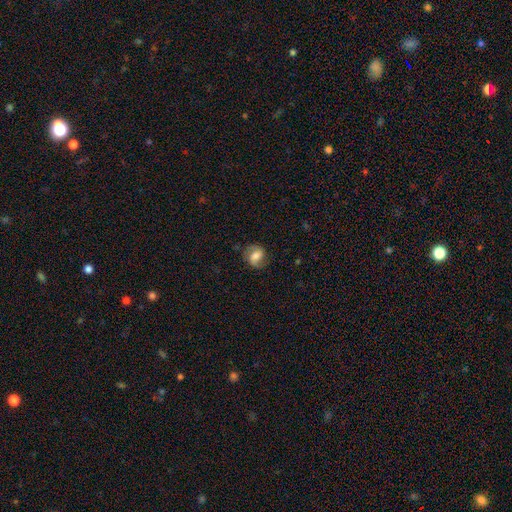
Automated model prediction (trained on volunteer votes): Smooth or featured?
  - featured or disk: 51% *
  - smooth: 40%
  - star or artifact: 9%
Edge-on disk?
  - no: 97% *
  - yes: 3%
Merging?
  - none: 74% *
  - minor disturbance: 18%
  - major disturbance: 8%
  - merger: 1%